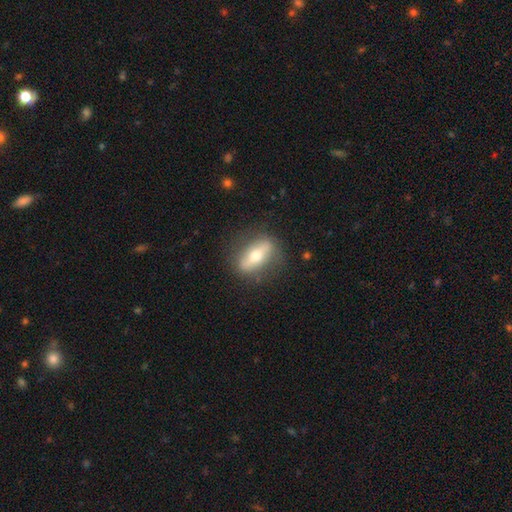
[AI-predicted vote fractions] smooth-or-featured: featured or disk: 53% | smooth: 40% | star or artifact: 7%
  disk-edge-on: yes: 53% | no: 47%
  merging: none: 81% | minor disturbance: 12% | major disturbance: 5% | merger: 1%